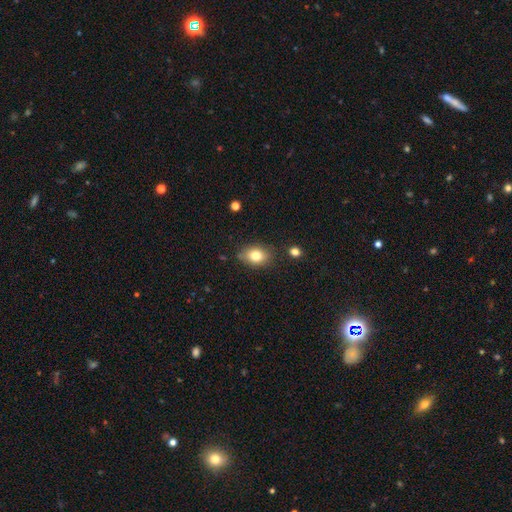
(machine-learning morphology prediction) Overall: smooth (78%). How rounded: in between (73%). Merging: none (78%).